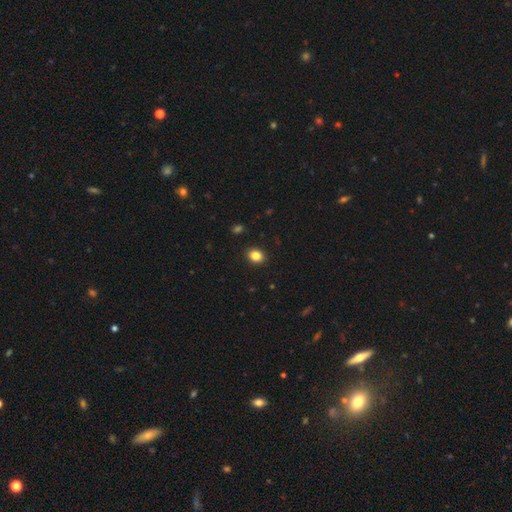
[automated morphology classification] Q: Smooth or featured?
A: smooth (85%); runner-up: star or artifact (10%)
Q: How rounded?
A: round (51%); runner-up: in between (48%)
Q: Merging?
A: none (91%); runner-up: minor disturbance (7%)